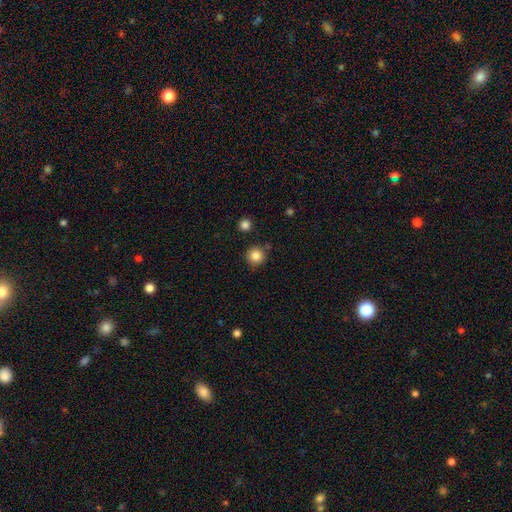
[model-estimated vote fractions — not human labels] This is clearly a smooth galaxy (84%). How rounded: clearly round (94%). Merging: clearly none (85%).